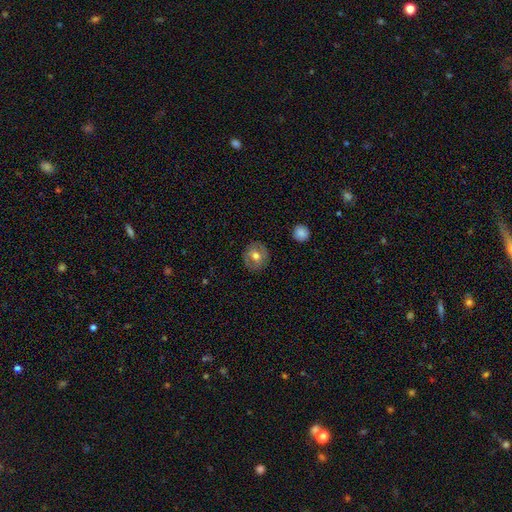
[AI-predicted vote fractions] Smooth or featured? smooth (59%)
How rounded? round (83%)
Merging? none (86%)